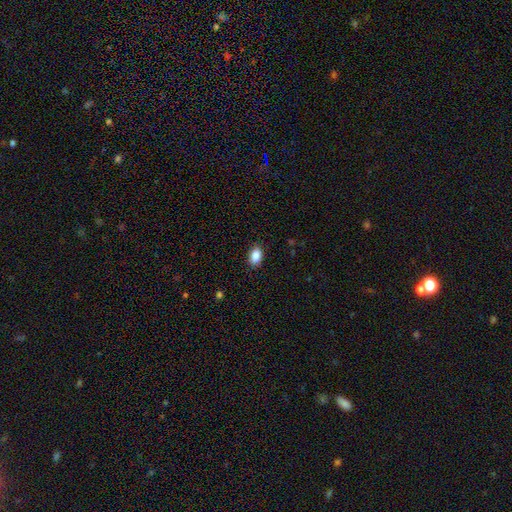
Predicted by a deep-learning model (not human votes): A smooth galaxy with no disk features (88%) that is in between round and cigar-shaped (88%). Merging: none (89%).